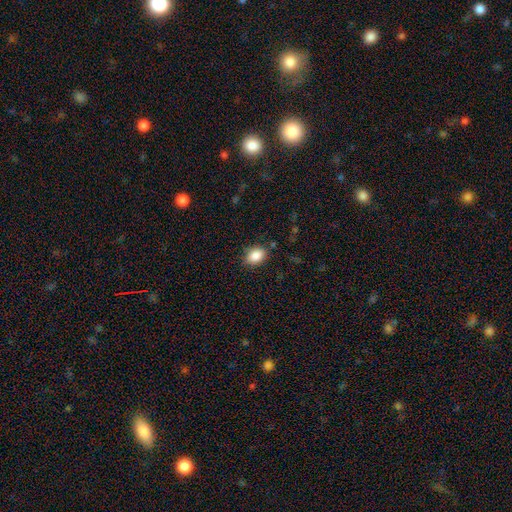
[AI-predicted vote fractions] smooth-or-featured: smooth: 87% | star or artifact: 8% | featured or disk: 5%
  how-rounded: in between: 81% | round: 18% | cigar-shaped: 1%
  merging: none: 83% | minor disturbance: 12% | major disturbance: 3% | merger: 2%